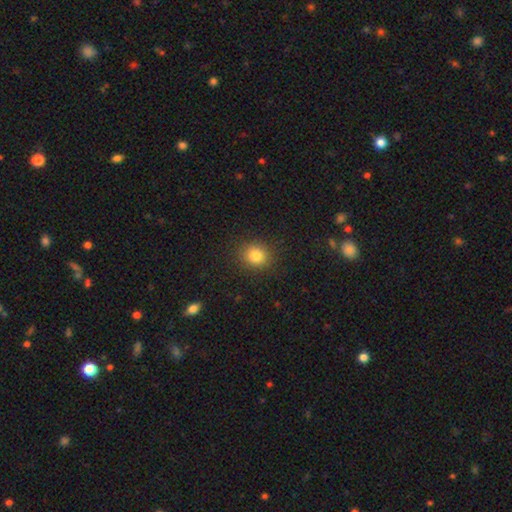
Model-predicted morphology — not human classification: type=smooth (82%); roundness=round (83%); merging=none (90%).